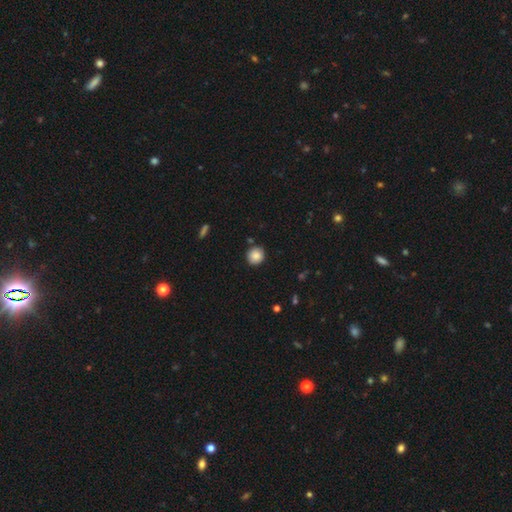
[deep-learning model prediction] smooth 87%, star or artifact 9%, featured or disk 4%. Down the decision tree: how rounded — round (91%); merging — none (87%).